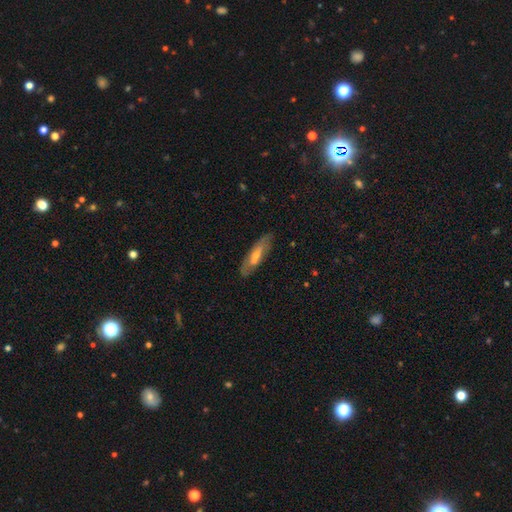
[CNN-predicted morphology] featured or disk 54%, smooth 40%, star or artifact 7%. Down the decision tree: edge-on disk — no (52%); merging — none (79%).